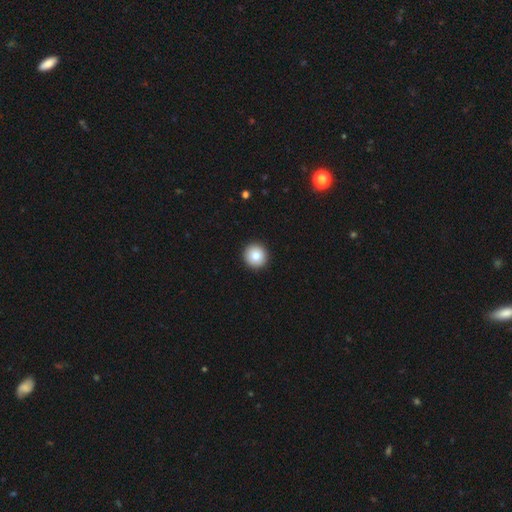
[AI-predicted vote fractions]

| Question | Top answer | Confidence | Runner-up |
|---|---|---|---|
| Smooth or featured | smooth | 83% | featured or disk (9%) |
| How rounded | round | 94% | in between (5%) |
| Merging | none | 93% | minor disturbance (4%) |